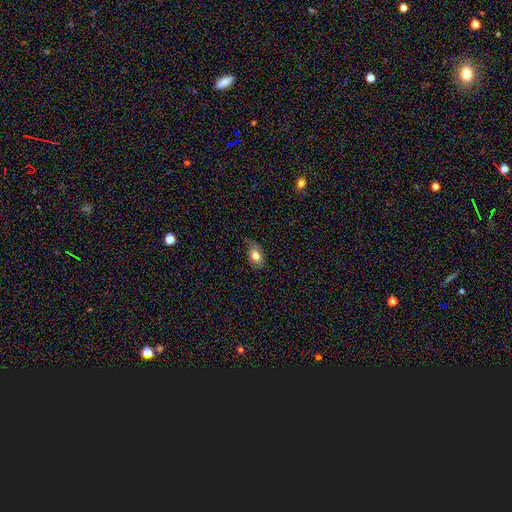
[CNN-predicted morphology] Smooth or featured? smooth (77%)
How rounded? in between (89%)
Merging? none (64%)